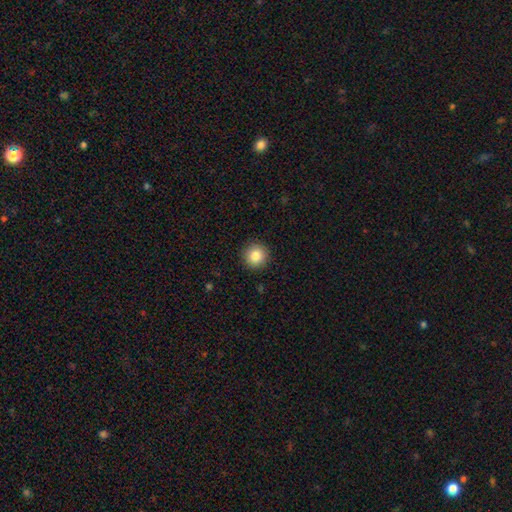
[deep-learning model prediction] The model was most divided on "smooth or featured": smooth: 85%, star or artifact: 9%, featured or disk: 6%. More confident: how rounded — round (95%); merging — none (92%).